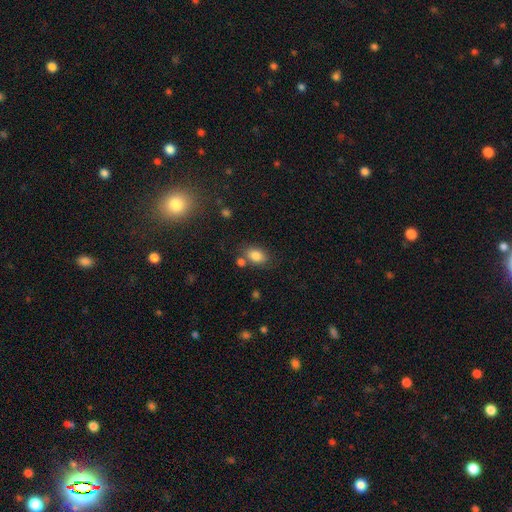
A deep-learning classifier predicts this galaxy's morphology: Smooth or featured: smooth — 84% (star or artifact — 9%)
How rounded: in between — 83% (round — 15%)
Merging: none — 69% (minor disturbance — 15%)